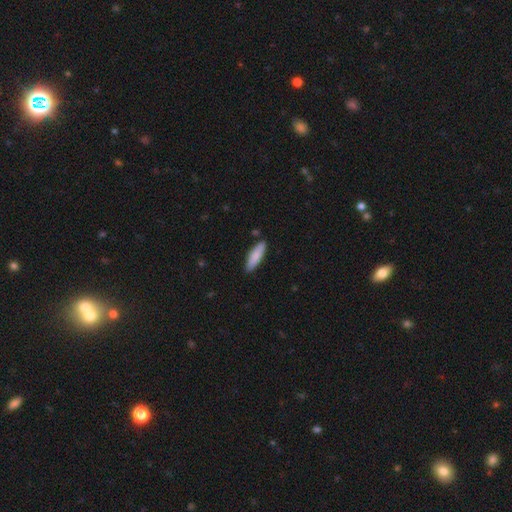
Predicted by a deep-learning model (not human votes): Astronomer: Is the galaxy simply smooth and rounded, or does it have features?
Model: smooth — 85%.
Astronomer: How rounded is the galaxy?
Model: cigar-shaped — 62%.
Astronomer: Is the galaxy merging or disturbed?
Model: none — 85%.